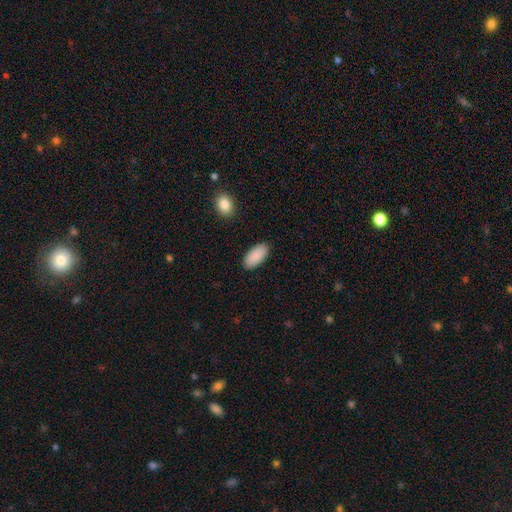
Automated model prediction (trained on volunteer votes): smooth_or_featured: smooth (p=0.90) [alt: star or artifact p=0.06]
how_rounded: in between (p=0.93) [alt: cigar-shaped p=0.06]
merging: none (p=0.89) [alt: minor disturbance p=0.08]